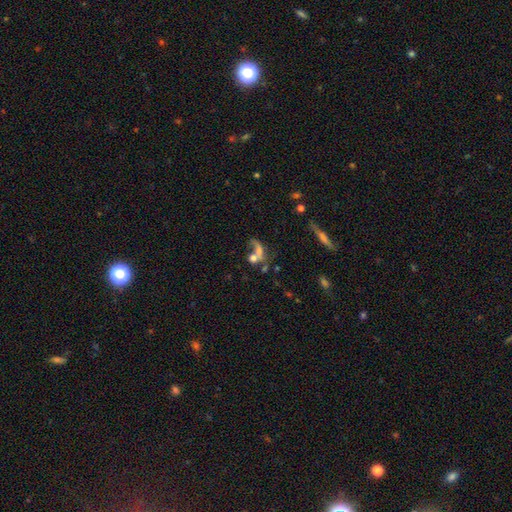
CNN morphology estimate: The model was most divided on "smooth or featured": smooth: 48%, featured or disk: 34%, star or artifact: 18%. Remaining: merging — merger (43%).